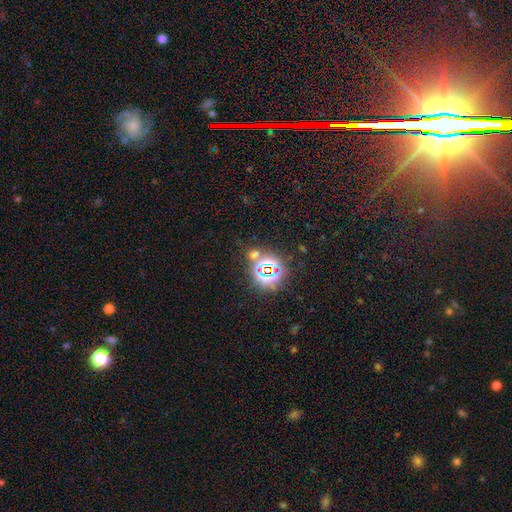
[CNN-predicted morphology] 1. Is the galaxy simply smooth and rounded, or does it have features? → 74% star or artifact, 18% smooth, 9% featured or disk.